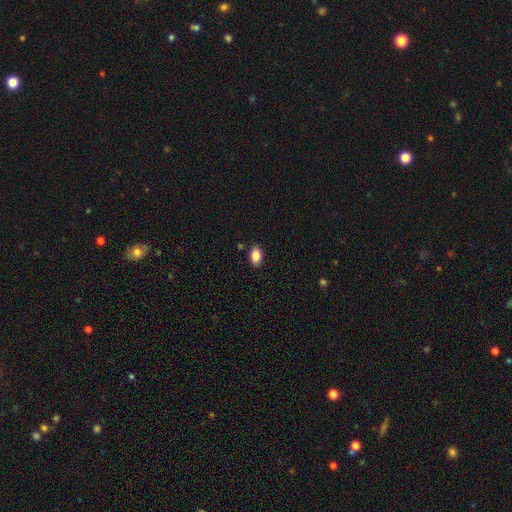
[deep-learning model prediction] Q: Smooth or featured?
A: smooth (86%); runner-up: star or artifact (8%)
Q: How rounded?
A: in between (90%); runner-up: round (8%)
Q: Merging?
A: none (88%); runner-up: minor disturbance (9%)